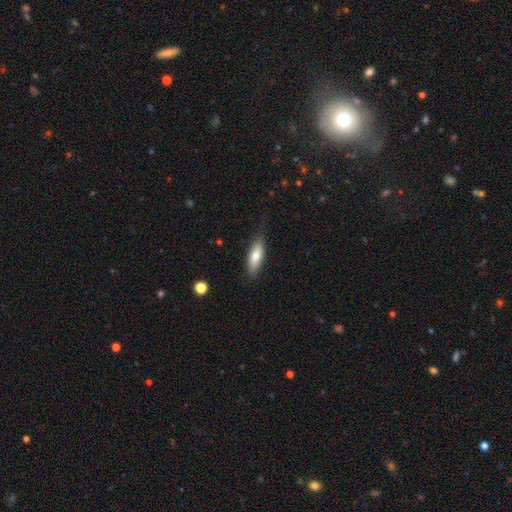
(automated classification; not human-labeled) Q: Smooth or featured?
A: smooth (75%); runner-up: featured or disk (19%)
Q: How rounded?
A: in between (60%); runner-up: cigar-shaped (38%)
Q: Merging?
A: none (79%); runner-up: minor disturbance (16%)